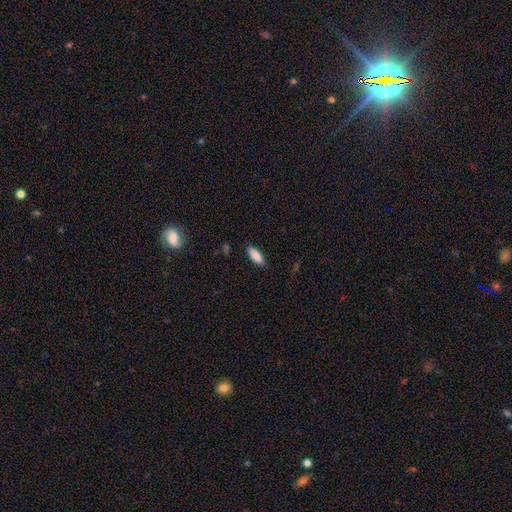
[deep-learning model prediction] Overall: smooth (87%). How rounded: in between (63%; cigar-shaped 35%). Merging: none (86%).